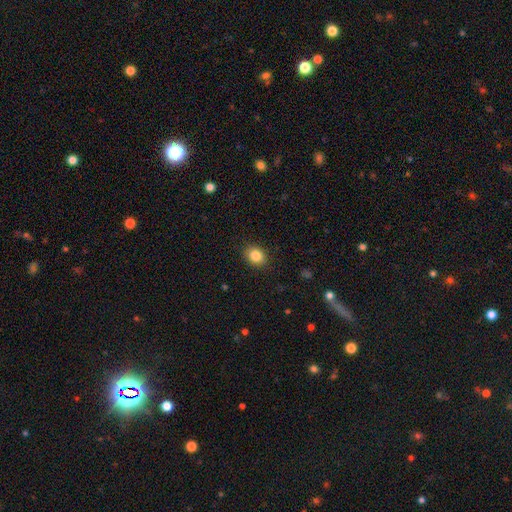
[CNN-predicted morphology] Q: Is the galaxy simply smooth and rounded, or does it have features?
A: smooth — 85%.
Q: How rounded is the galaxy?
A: in between — 51%.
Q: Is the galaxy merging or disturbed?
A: none — 88%.